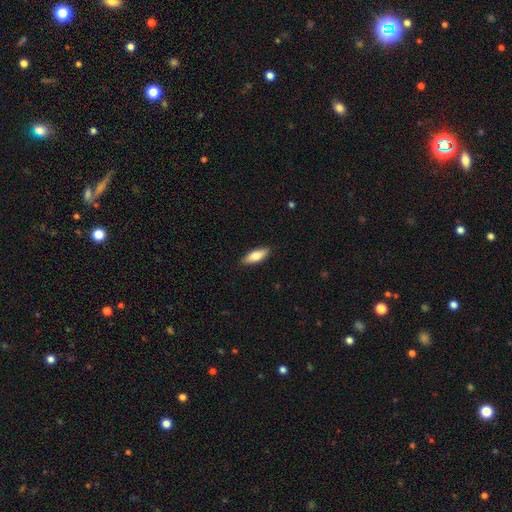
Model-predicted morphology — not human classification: Q: Smooth or featured?
A: smooth (76%); runner-up: featured or disk (18%)
Q: How rounded?
A: in between (65%); runner-up: cigar-shaped (32%)
Q: Merging?
A: none (89%); runner-up: minor disturbance (8%)